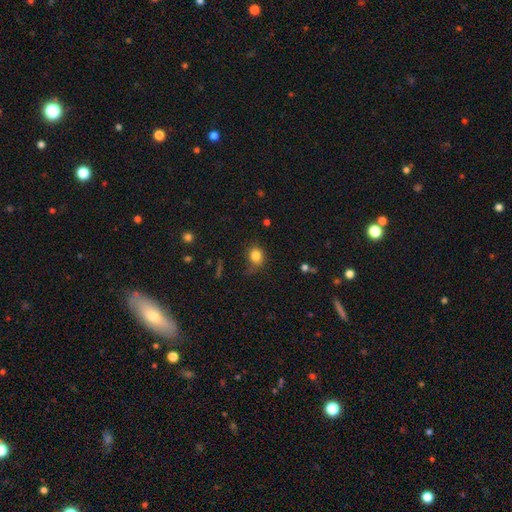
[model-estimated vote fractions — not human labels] This is clearly a smooth galaxy (82%). How rounded: likely round (66%). Merging: likely none (63%).